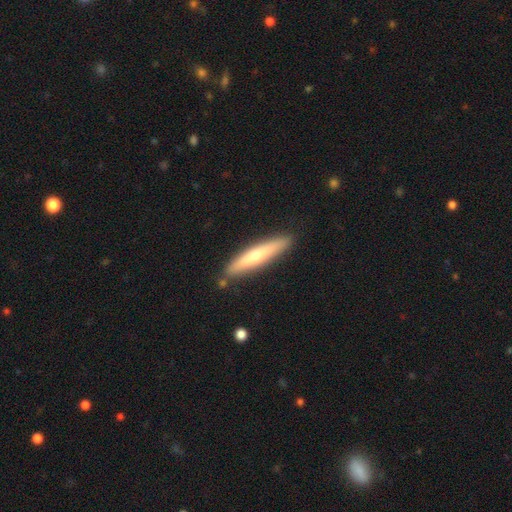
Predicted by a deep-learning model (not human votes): Smooth or featured? smooth (53%)
How rounded? cigar-shaped (89%)
Merging? none (86%)